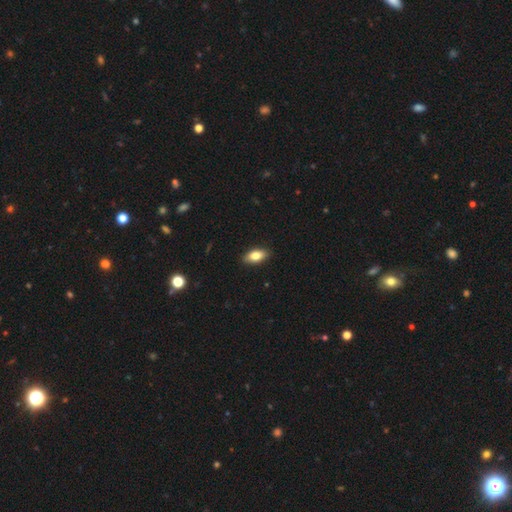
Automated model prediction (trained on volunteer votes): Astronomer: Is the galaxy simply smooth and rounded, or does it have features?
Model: smooth — 81%.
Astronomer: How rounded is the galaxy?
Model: in between — 88%.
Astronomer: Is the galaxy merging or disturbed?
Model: none — 89%.